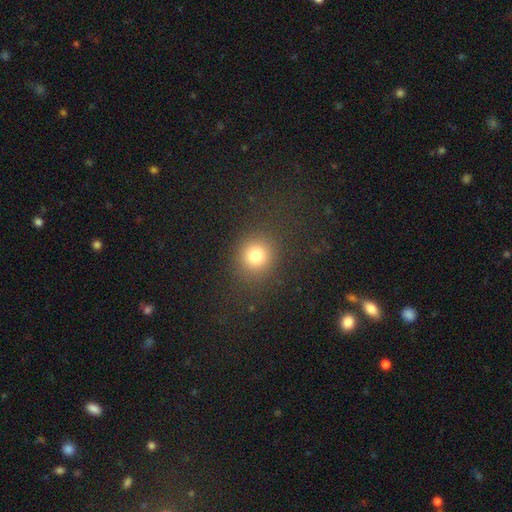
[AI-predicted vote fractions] Smooth or featured?
  - smooth: 79% *
  - star or artifact: 14%
  - featured or disk: 7%
How rounded?
  - round: 84% *
  - in between: 15%
  - cigar-shaped: 1%
Merging?
  - none: 85% *
  - minor disturbance: 8%
  - major disturbance: 5%
  - merger: 2%